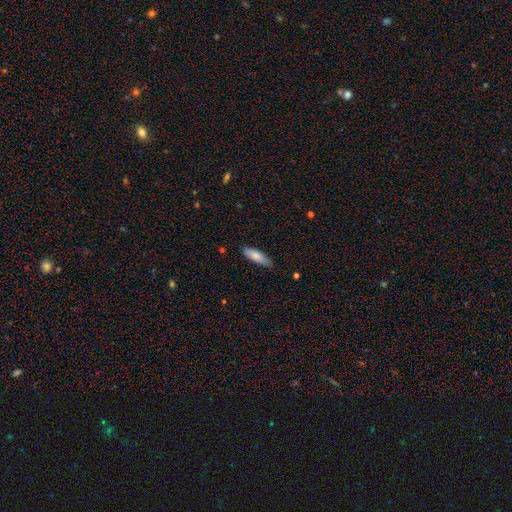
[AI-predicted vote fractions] Smooth or featured: smooth — 80% (featured or disk — 14%)
How rounded: cigar-shaped — 52% (in between — 46%)
Merging: none — 80% (minor disturbance — 16%)